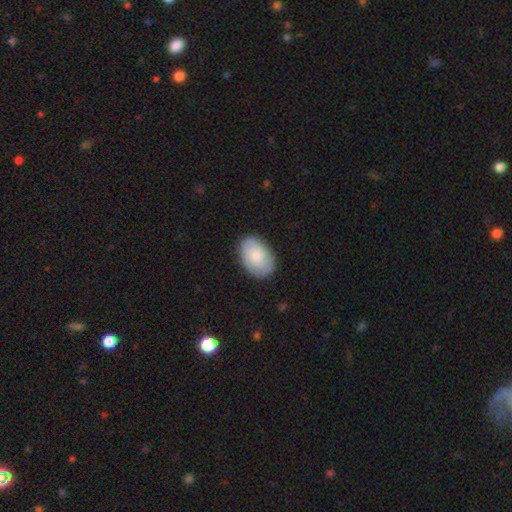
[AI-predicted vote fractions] The model was most divided on "smooth or featured": smooth: 73%, featured or disk: 21%, star or artifact: 6%. More confident: how rounded — in between (87%); merging — none (84%).